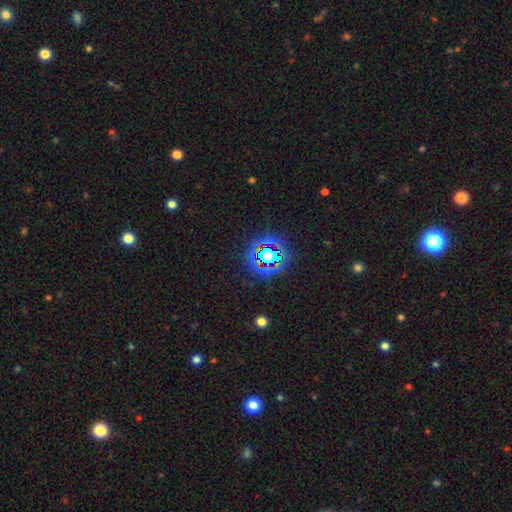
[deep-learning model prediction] A star or artifact, not a galaxy (81%).

Vote fractions:
- Smooth or featured? star or artifact: 81% / smooth: 12% / featured or disk: 7%